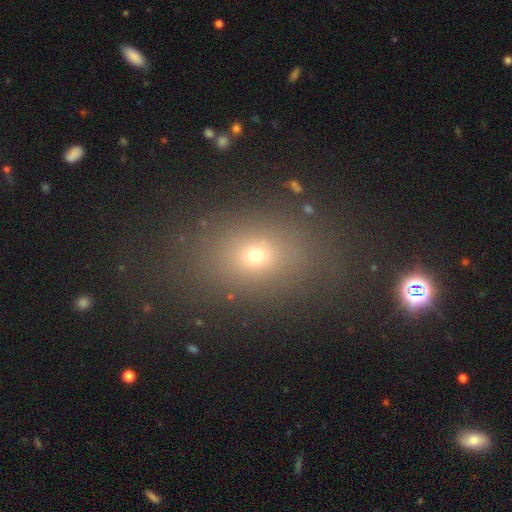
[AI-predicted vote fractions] smooth-or-featured: smooth: 64% | star or artifact: 23% | featured or disk: 13%
  how-rounded: in between: 62% | round: 36% | cigar-shaped: 2%
  merging: none: 82% | minor disturbance: 10% | major disturbance: 5% | merger: 3%